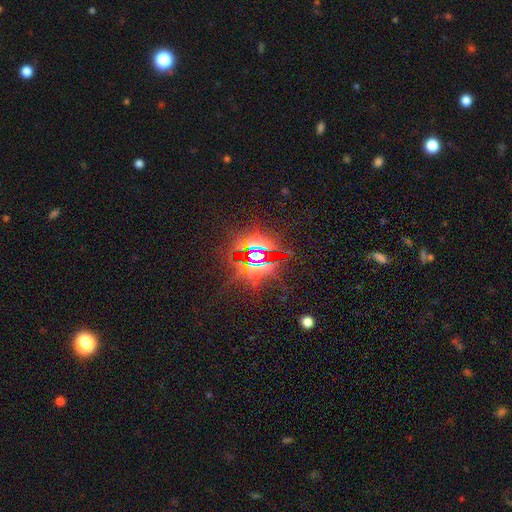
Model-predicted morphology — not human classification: type=star or artifact (84%).